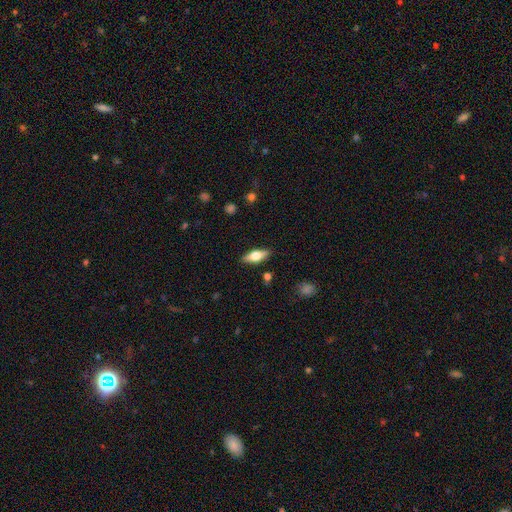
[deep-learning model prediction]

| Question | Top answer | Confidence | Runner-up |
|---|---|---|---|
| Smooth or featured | smooth | 54% | featured or disk (39%) |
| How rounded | in between | 67% | cigar-shaped (30%) |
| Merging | none | 87% | minor disturbance (9%) |